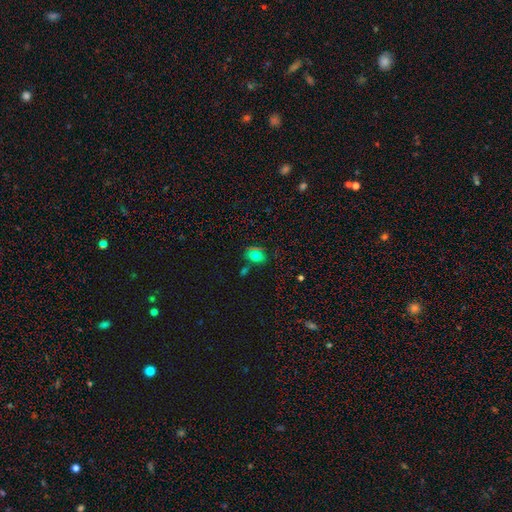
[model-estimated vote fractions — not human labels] This appears to be a smooth galaxy with no disk features (66%) that is in between round and cigar-shaped (60%). Merging: none (62%).